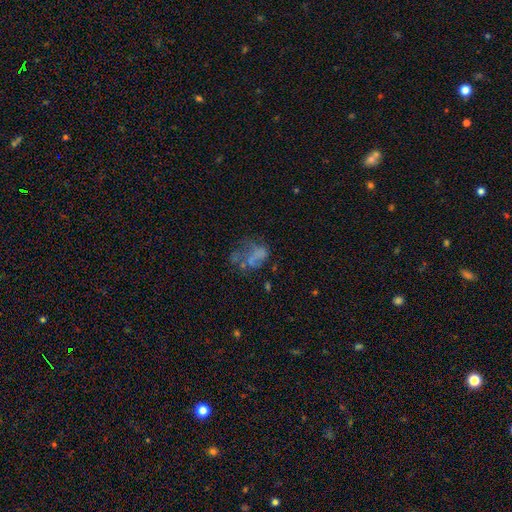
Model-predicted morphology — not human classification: smooth 42%, featured or disk 40%, star or artifact 18%. Down the decision tree: merging — major disturbance (38%).